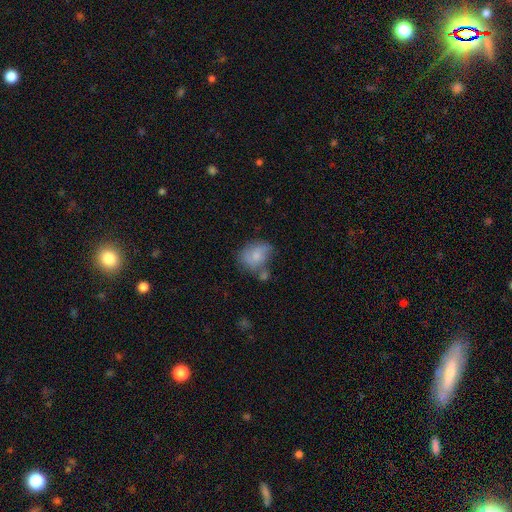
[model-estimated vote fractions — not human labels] smooth-or-featured: smooth: 63% | featured or disk: 29% | star or artifact: 8%
  how-rounded: in between: 54% | round: 45% | cigar-shaped: 1%
  merging: none: 42% | minor disturbance: 28% | merger: 17% | major disturbance: 13%